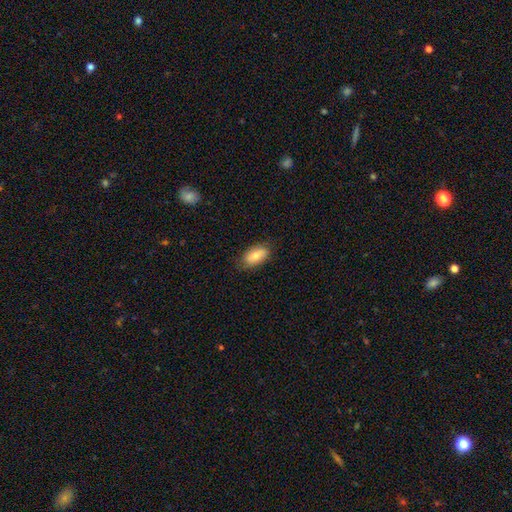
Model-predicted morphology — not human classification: A smooth galaxy with no disk features (76%) that is in between round and cigar-shaped (91%). Merging: none (78%).